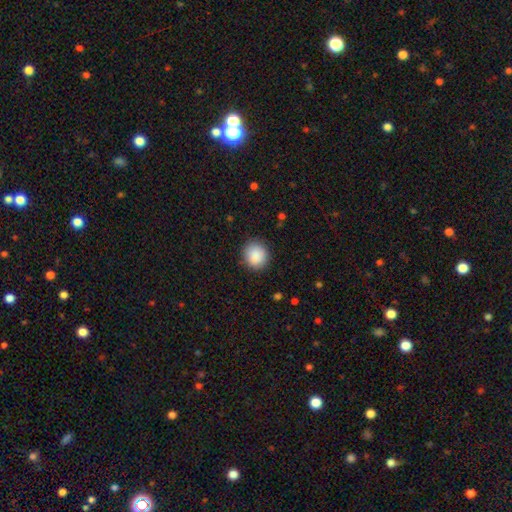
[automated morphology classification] Overall: smooth (89%). How rounded: round (88%). Merging: none (89%).